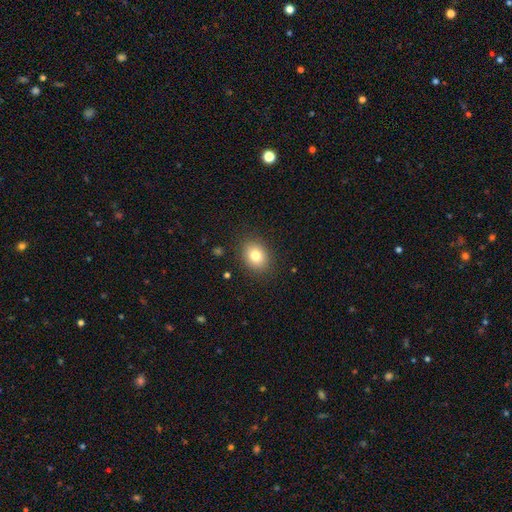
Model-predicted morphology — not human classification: Smooth or featured? Predicted: smooth (p=0.80). How rounded? Predicted: in between (p=0.50). Merging? Predicted: none (p=0.88).